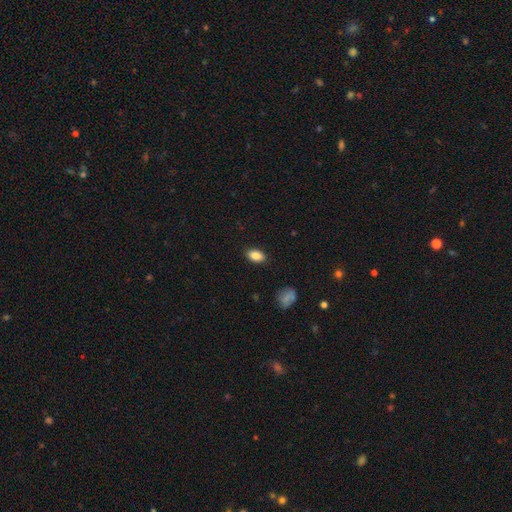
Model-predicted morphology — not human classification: Smooth or featured?
  - smooth: 88% *
  - star or artifact: 8%
  - featured or disk: 4%
How rounded?
  - in between: 90% *
  - round: 8%
  - cigar-shaped: 2%
Merging?
  - none: 88% *
  - minor disturbance: 9%
  - major disturbance: 2%
  - merger: 1%